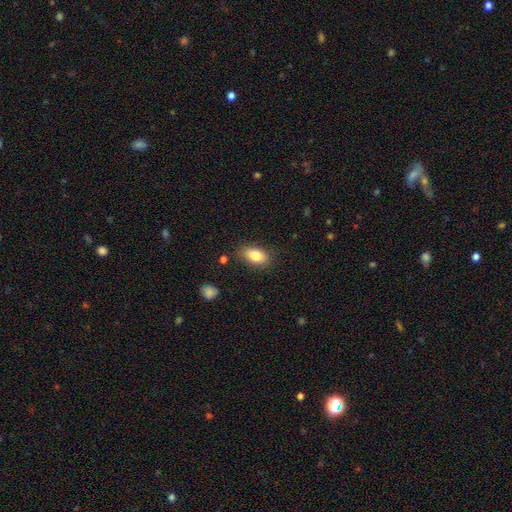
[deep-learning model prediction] The model was most divided on "smooth or featured": smooth: 80%, featured or disk: 11%, star or artifact: 8%. More confident: how rounded — in between (88%); merging — none (82%).